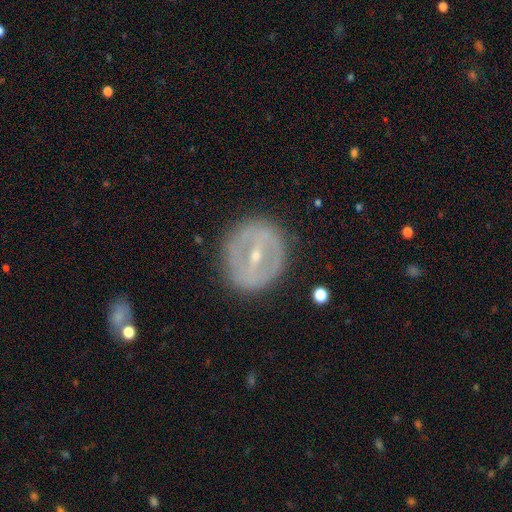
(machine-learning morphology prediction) This appears to be a featured or disk galaxy (73%) with a strong bar (61%), no spiral arms (74%) and a small central bulge (63%). Merging: none (84%).